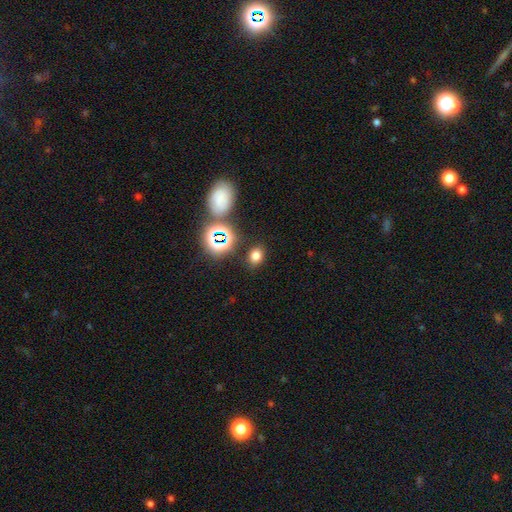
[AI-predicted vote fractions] Morphology: type=smooth (71%); roundness=in between (56%); merging=none (83%).